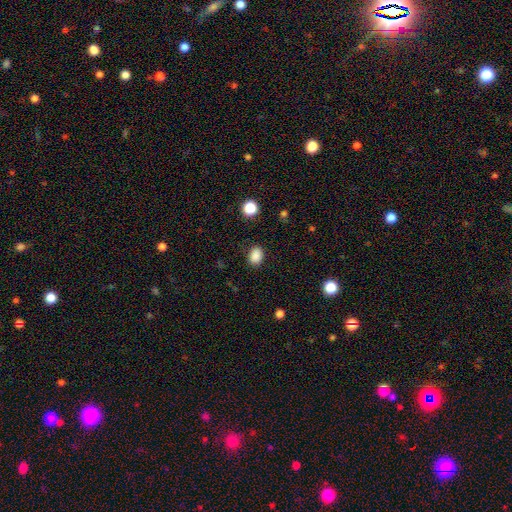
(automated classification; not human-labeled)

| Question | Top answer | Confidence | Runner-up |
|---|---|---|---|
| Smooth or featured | smooth | 87% | star or artifact (10%) |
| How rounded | in between | 67% | round (32%) |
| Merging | none | 86% | minor disturbance (10%) |